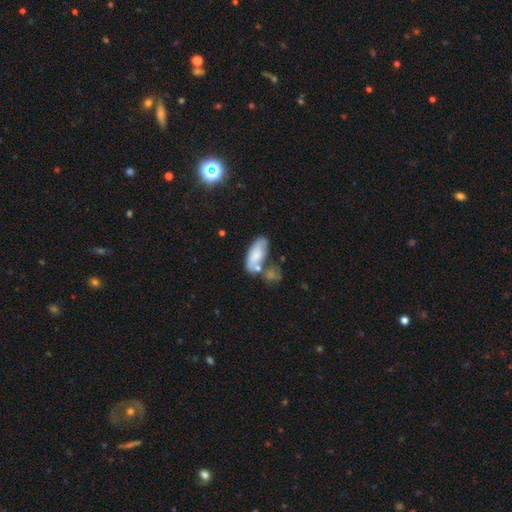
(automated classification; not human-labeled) A smooth galaxy with no disk features (74%) that is in between round and cigar-shaped (85%). Merging: none (45%).